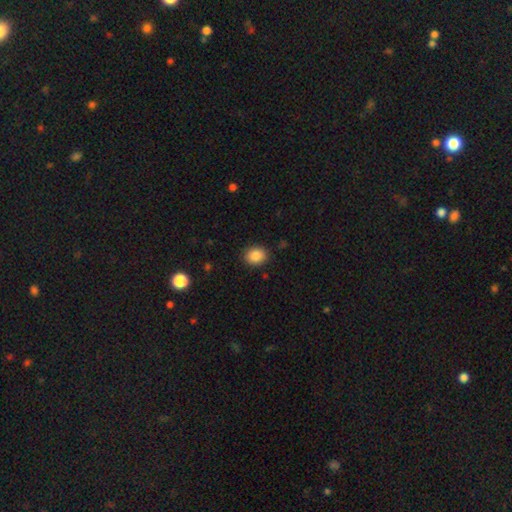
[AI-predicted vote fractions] This is clearly a smooth galaxy (86%). How rounded: possibly round (58%). Merging: clearly none (88%).